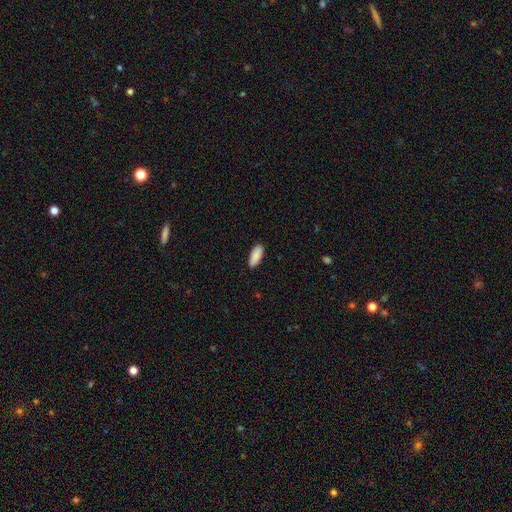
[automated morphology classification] Overall: smooth (90%). How rounded: in between (80%). Merging: none (88%).